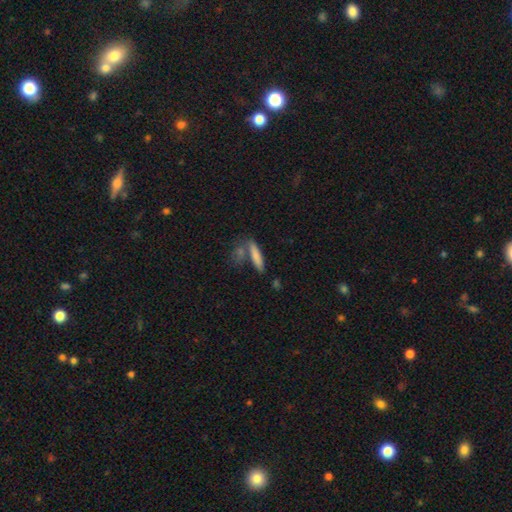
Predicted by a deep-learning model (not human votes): Q: Smooth or featured?
A: smooth (78%); runner-up: featured or disk (15%)
Q: How rounded?
A: cigar-shaped (78%); runner-up: in between (19%)
Q: Merging?
A: none (63%); runner-up: merger (21%)